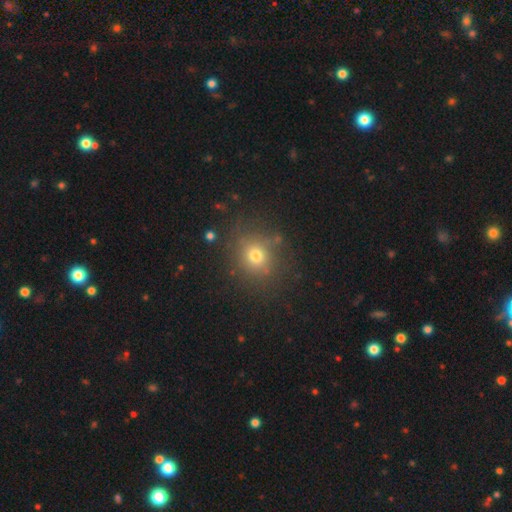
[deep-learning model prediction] This appears to be a smooth galaxy with no disk features (72%) that is round (81%). Merging: none (81%).